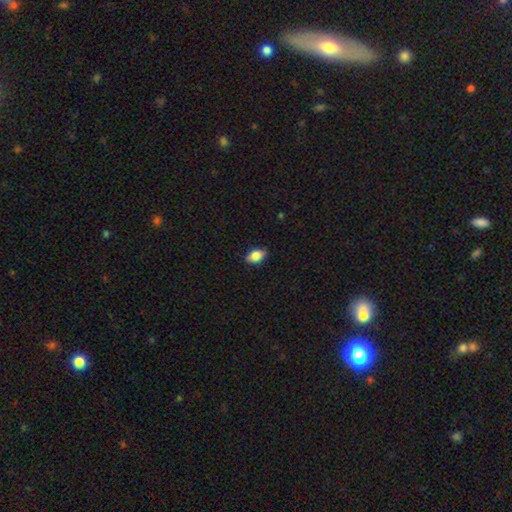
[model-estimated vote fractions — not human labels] Smooth or featured? Predicted: smooth (p=0.79). How rounded? Predicted: in between (p=0.85). Merging? Predicted: none (p=0.83).